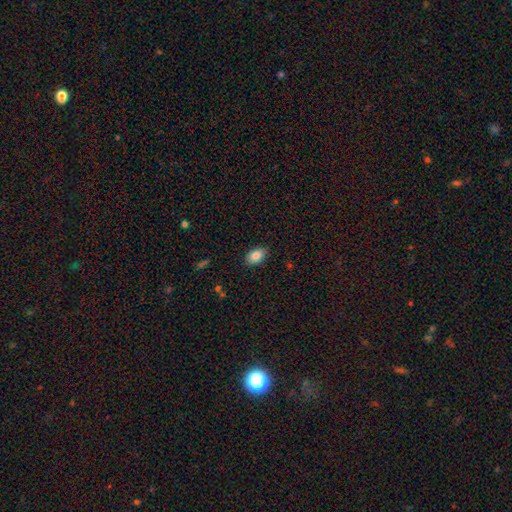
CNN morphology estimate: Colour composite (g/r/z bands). It shows a smooth galaxy with no disk features (86%) that is in between round and cigar-shaped (88%). Merging: none (87%).